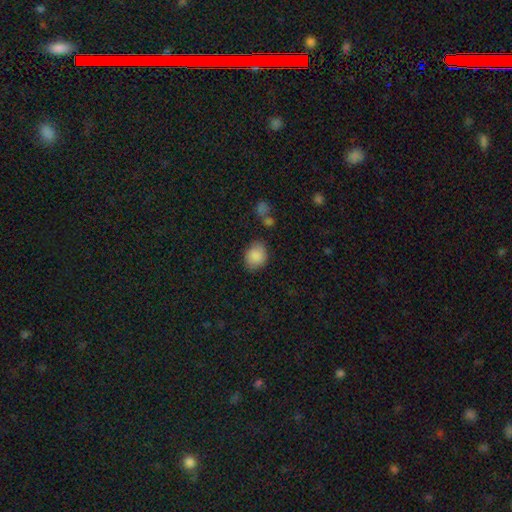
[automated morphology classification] Q: Smooth or featured?
A: smooth (87%); runner-up: star or artifact (8%)
Q: How rounded?
A: round (50%); runner-up: in between (49%)
Q: Merging?
A: none (77%); runner-up: minor disturbance (16%)